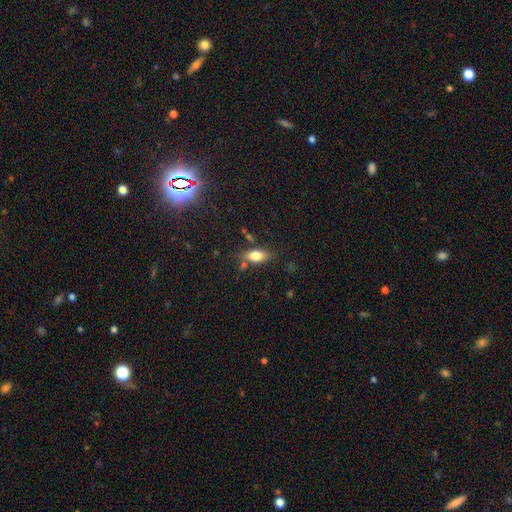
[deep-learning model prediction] Overall: smooth (71%). How rounded: in between (79%). Merging: none (72%).